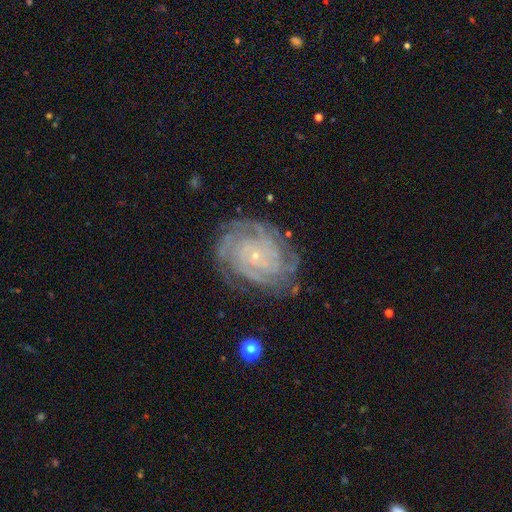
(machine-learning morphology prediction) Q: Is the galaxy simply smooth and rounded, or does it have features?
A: featured or disk — 88%.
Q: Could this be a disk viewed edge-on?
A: no — 97%.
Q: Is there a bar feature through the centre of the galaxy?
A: no — 77%.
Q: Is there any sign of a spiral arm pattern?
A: yes — 98%.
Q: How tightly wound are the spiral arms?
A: tight — 80%.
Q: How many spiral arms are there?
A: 4 — 26%.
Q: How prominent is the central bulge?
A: small — 88%.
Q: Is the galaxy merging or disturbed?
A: none — 78%.